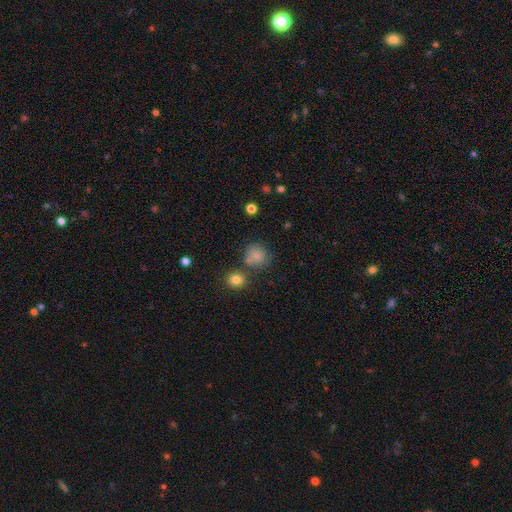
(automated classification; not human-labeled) Smooth or featured? Predicted: smooth (p=0.81). How rounded? Predicted: round (p=0.82). Merging? Predicted: none (p=0.65).